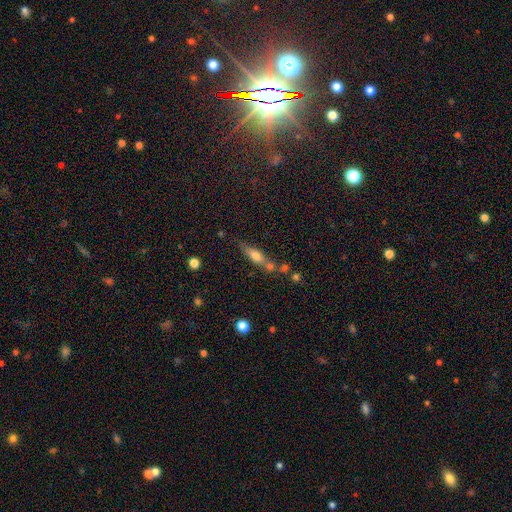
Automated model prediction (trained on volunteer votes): A smooth galaxy with no disk features (54%) that is cigar-shaped (65%). Merging: none (52%).